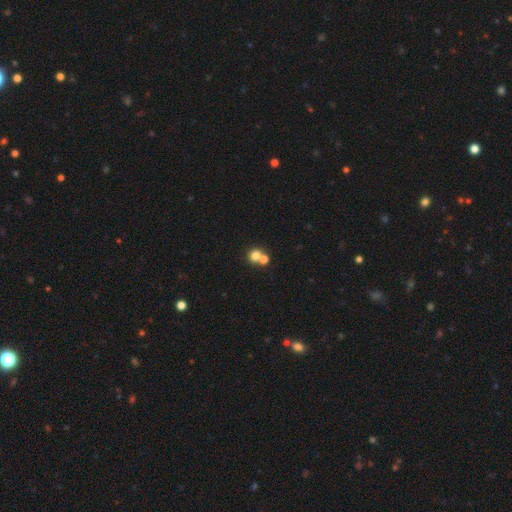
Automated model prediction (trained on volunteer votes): Q: Smooth or featured?
A: smooth (75%); runner-up: star or artifact (13%)
Q: How rounded?
A: round (78%); runner-up: in between (21%)
Q: Merging?
A: merger (51%); runner-up: none (40%)